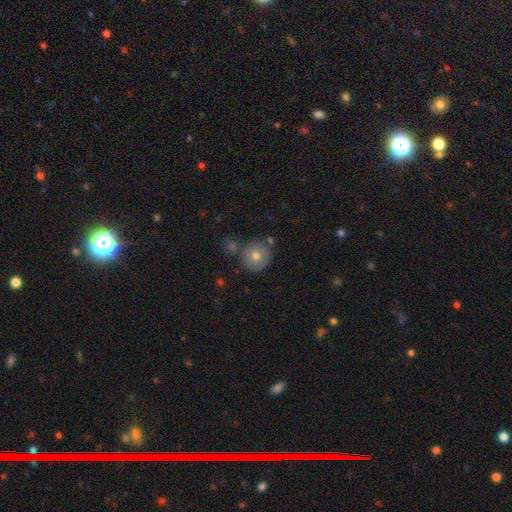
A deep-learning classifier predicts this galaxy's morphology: Smooth or featured? Predicted: smooth (p=0.69). How rounded? Predicted: round (p=0.92). Merging? Predicted: none (p=0.71).